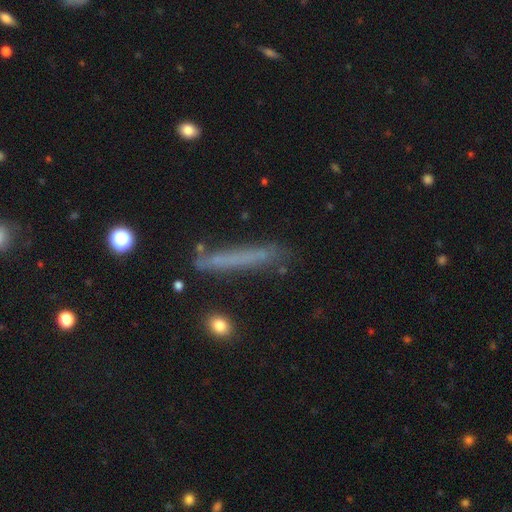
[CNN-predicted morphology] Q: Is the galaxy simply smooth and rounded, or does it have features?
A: smooth — 57%.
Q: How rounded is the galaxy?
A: cigar-shaped — 94%.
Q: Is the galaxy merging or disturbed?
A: none — 72%.